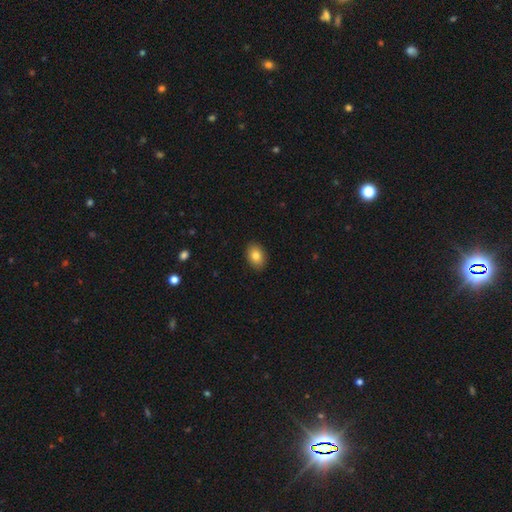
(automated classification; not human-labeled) A smooth galaxy with no disk features (83%) that is in between round and cigar-shaped (80%).

Vote fractions:
- Smooth or featured? smooth: 83% / featured or disk: 9% / star or artifact: 8%
- How rounded? in between: 80% / round: 19% / cigar-shaped: 1%
- Merging? none: 90% / minor disturbance: 8% / major disturbance: 2% / merger: 1%